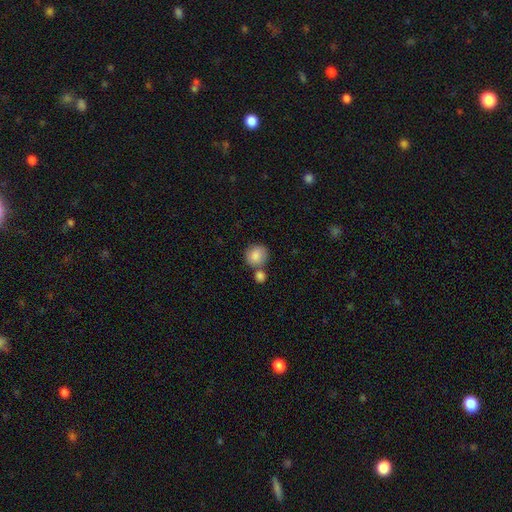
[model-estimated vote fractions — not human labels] Smooth or featured?
  - smooth: 85% *
  - star or artifact: 7%
  - featured or disk: 7%
How rounded?
  - round: 84% *
  - in between: 15%
  - cigar-shaped: 1%
Merging?
  - none: 56% *
  - merger: 28%
  - minor disturbance: 12%
  - major disturbance: 4%